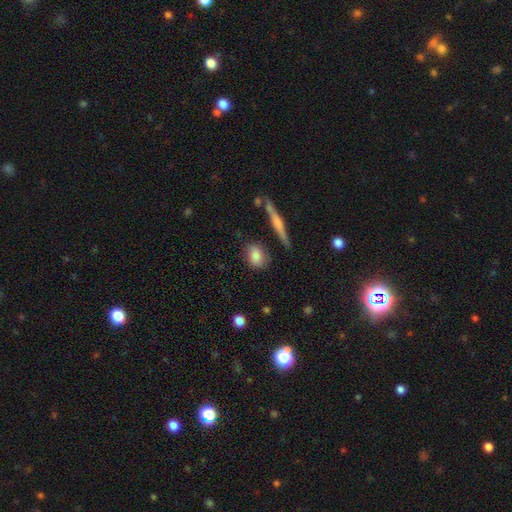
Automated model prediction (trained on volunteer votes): Q: Smooth or featured?
A: smooth (82%); runner-up: featured or disk (11%)
Q: How rounded?
A: in between (49%); runner-up: round (44%)
Q: Merging?
A: none (74%); runner-up: minor disturbance (17%)